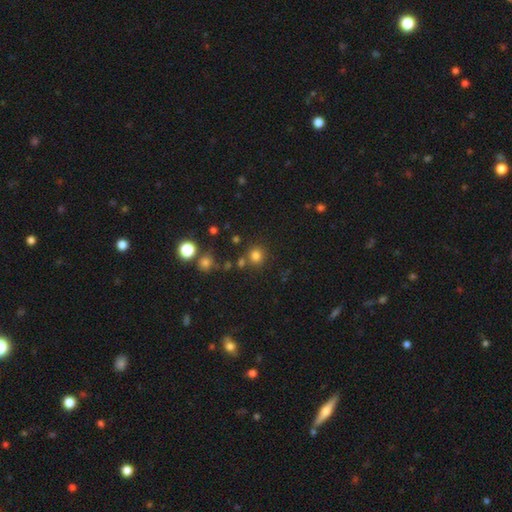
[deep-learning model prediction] Q: Smooth or featured?
A: smooth (78%); runner-up: star or artifact (16%)
Q: How rounded?
A: round (91%); runner-up: in between (9%)
Q: Merging?
A: none (78%); runner-up: merger (10%)